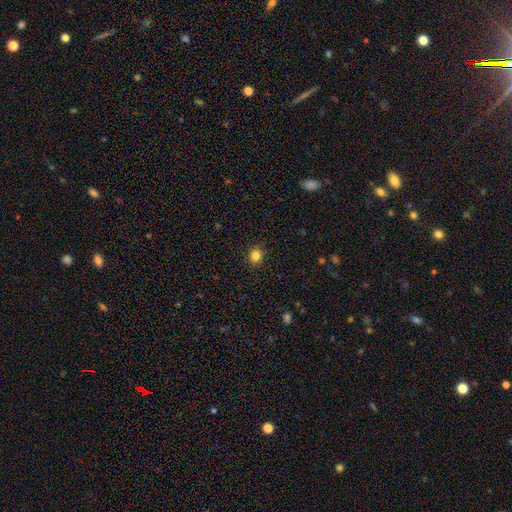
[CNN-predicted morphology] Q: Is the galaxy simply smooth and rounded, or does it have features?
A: smooth — 84%.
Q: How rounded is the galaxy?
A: round — 73%.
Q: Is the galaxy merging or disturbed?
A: none — 90%.